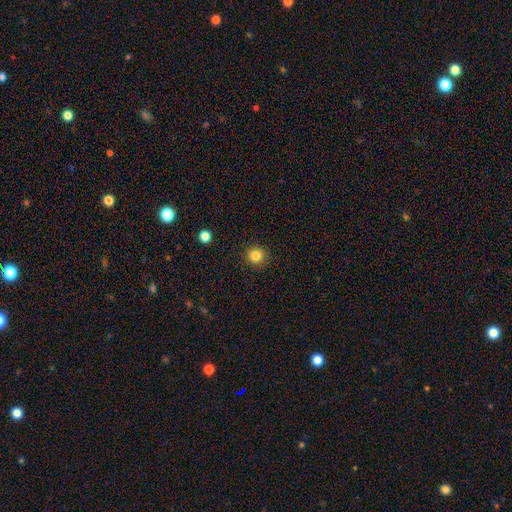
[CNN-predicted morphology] smooth 83%, star or artifact 12%, featured or disk 5%. Down the decision tree: how rounded — round (94%); merging — none (91%).